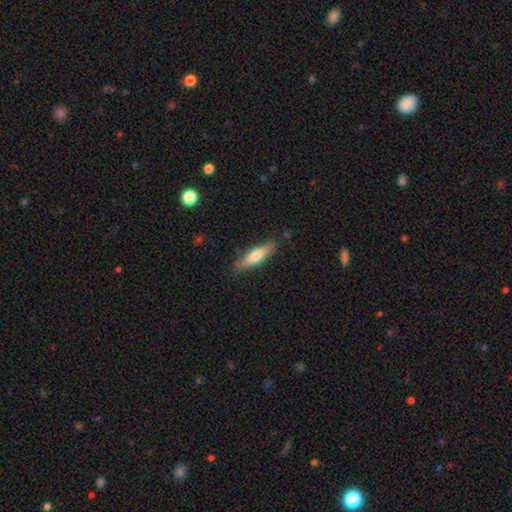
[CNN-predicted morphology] Overall: smooth (63%; featured or disk 31%). How rounded: cigar-shaped (75%). Merging: none (82%).